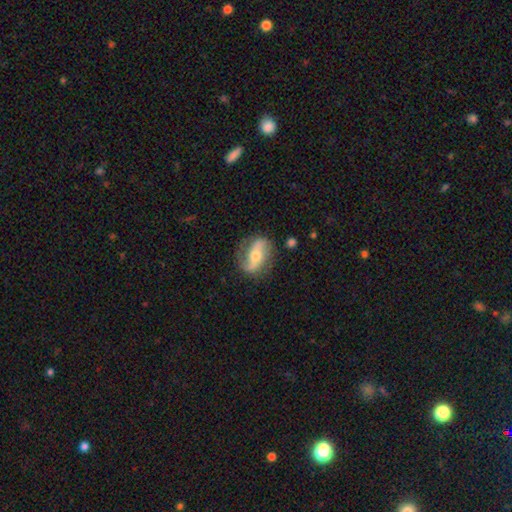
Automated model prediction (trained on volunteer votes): Smooth or featured: featured or disk — 75% (smooth — 18%)
Edge-on disk: no — 92% (yes — 8%)
Bar: strong — 44% (no — 29%)
Spiral arms: yes — 86% (no — 14%)
Spiral winding: loose — 57% (medium — 29%)
Spiral arm count: 2 — 87% (can't tell — 5%)
Bulge size: moderate — 62% (small — 31%)
Merging: none — 76% (minor disturbance — 15%)